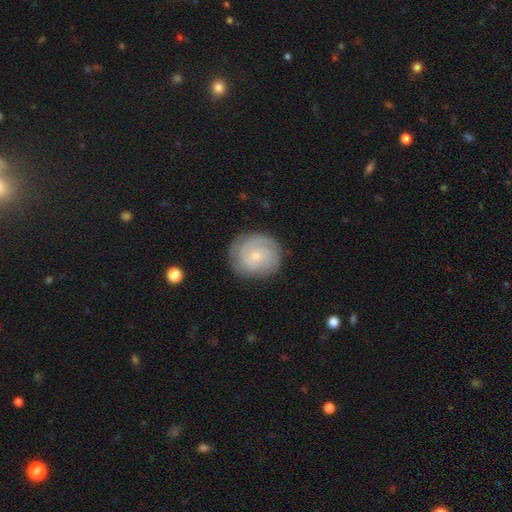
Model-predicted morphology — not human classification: The model was most divided on "spiral arm count": can't tell: 35%, 3: 25%, 2: 22%, 4: 9%, 1: 5%, more than 4: 5%. More confident: edge-on disk — no (98%); spiral arms — yes (92%); merging — none (81%); bar — no (73%); bulge size — small (73%); spiral winding — tight (70%); smooth or featured — featured or disk (66%).